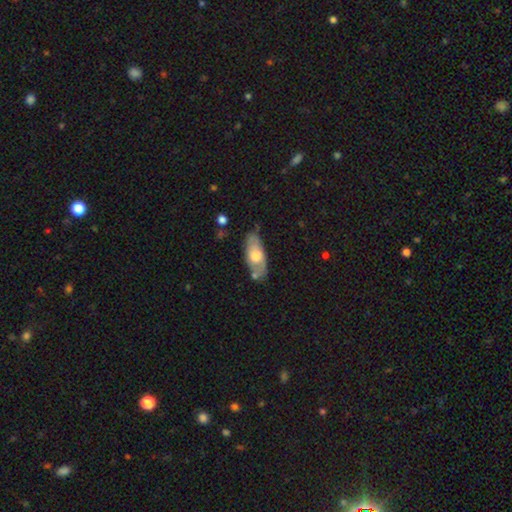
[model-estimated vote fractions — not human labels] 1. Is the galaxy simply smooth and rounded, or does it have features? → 54% smooth, 41% featured or disk, 5% star or artifact.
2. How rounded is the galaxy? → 84% in between, 13% cigar-shaped, 3% round.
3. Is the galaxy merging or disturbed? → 67% none, 22% minor disturbance, 6% merger, 5% major disturbance.